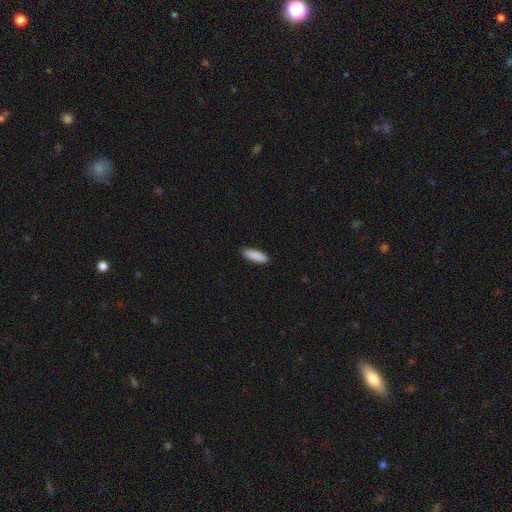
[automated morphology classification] A smooth galaxy with no disk features (90%) that is in between round and cigar-shaped (50%). Merging: none (90%).